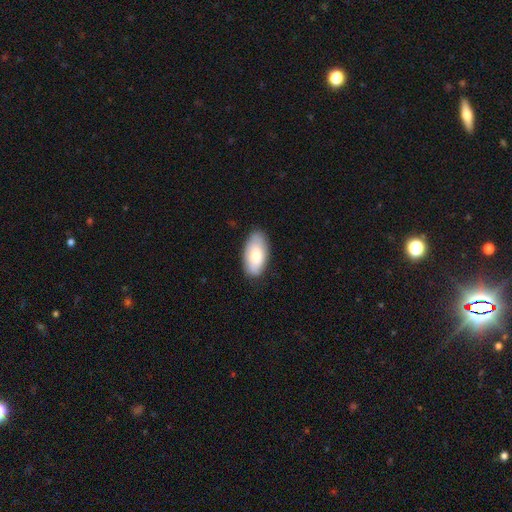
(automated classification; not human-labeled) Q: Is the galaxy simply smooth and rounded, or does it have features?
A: smooth — 78%.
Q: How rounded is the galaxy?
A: in between — 93%.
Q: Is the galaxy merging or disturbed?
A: none — 83%.